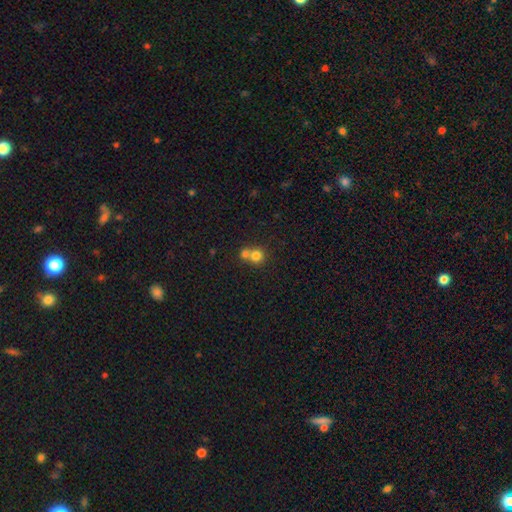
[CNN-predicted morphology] Smooth or featured? Predicted: smooth (p=0.78). How rounded? Predicted: round (p=0.86). Merging? Predicted: merger (p=0.53).